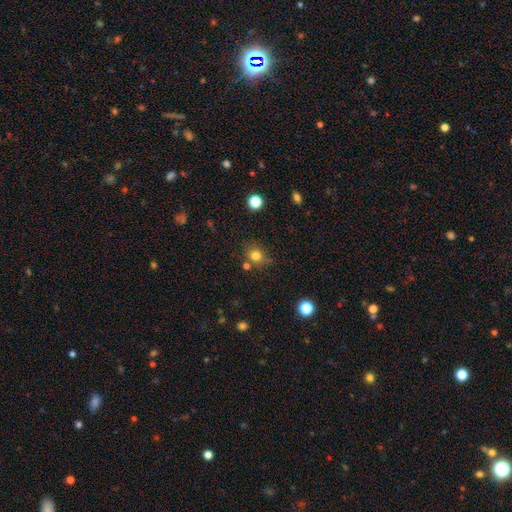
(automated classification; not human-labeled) This is likely a smooth galaxy (79%). How rounded: likely round (75%). Merging: likely none (72%).